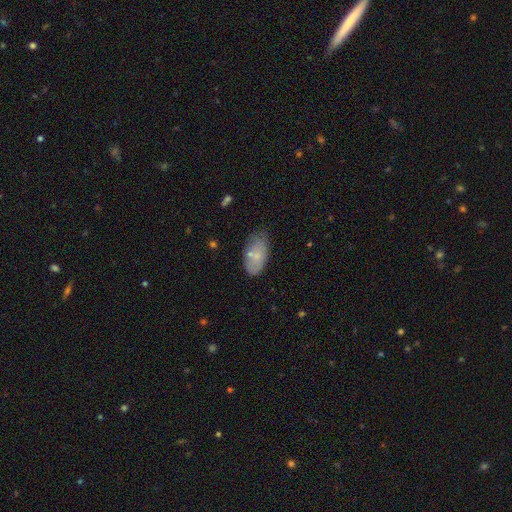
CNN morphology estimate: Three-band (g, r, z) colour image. It shows a smooth galaxy with no disk features (69%) that is in between round and cigar-shaped (93%). Merging: none (56%).